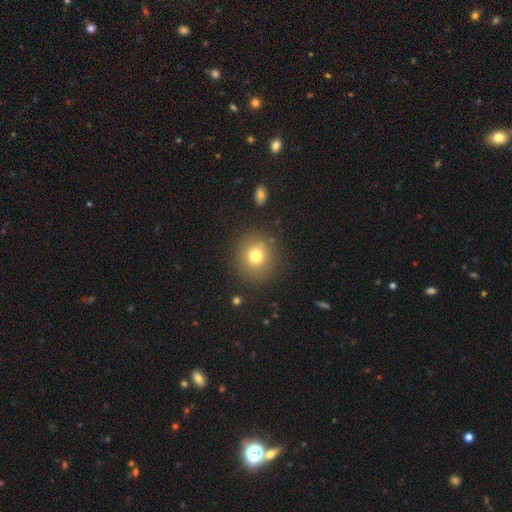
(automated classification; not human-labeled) This is likely a smooth galaxy (76%). How rounded: clearly round (88%). Merging: clearly none (85%).